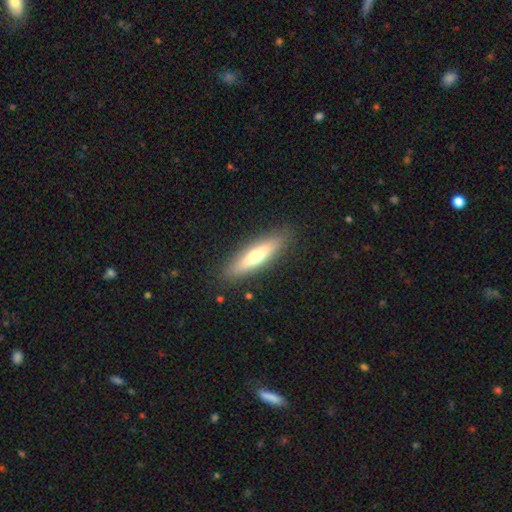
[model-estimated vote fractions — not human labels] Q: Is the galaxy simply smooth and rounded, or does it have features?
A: smooth — 56%.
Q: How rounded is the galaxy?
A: cigar-shaped — 72%.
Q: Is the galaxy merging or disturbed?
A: none — 88%.